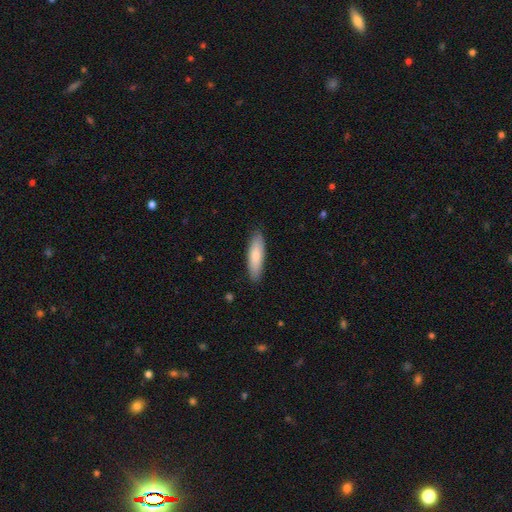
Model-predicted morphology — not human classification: Smooth or featured? smooth (79%)
How rounded? cigar-shaped (54%)
Merging? none (87%)